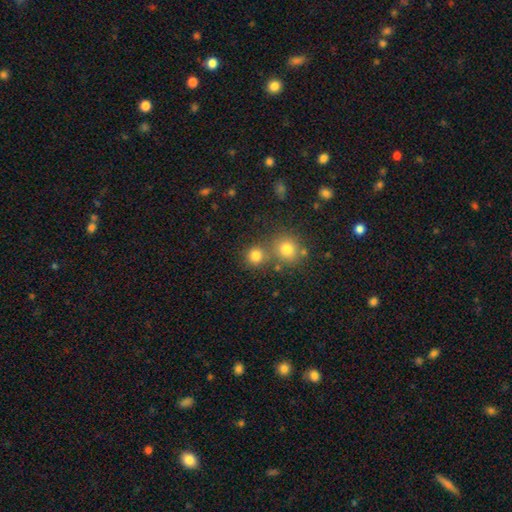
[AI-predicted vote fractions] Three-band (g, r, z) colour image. It shows a smooth galaxy with no disk features (80%) that is round (89%). Merging: none (65%).